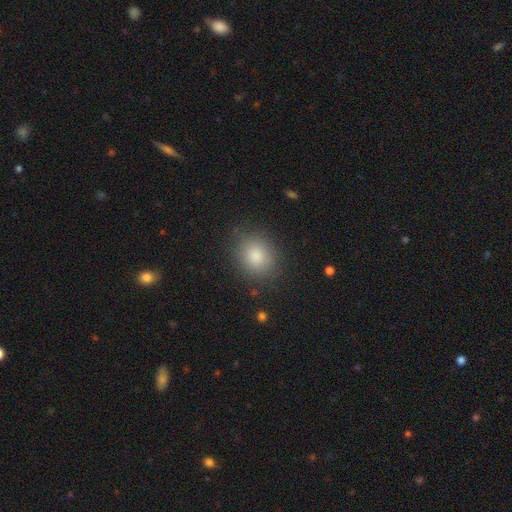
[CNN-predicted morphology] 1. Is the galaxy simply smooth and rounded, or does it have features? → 83% smooth, 10% star or artifact, 7% featured or disk.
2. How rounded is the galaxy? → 63% round, 36% in between, 1% cigar-shaped.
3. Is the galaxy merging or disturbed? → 85% none, 11% minor disturbance, 3% major disturbance, 1% merger.